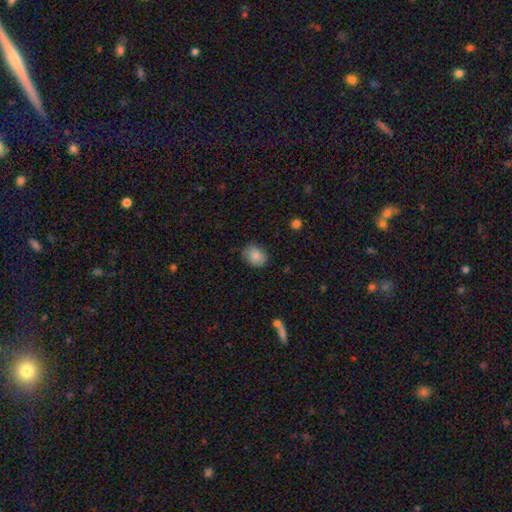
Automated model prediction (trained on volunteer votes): This is clearly a smooth galaxy (86%). How rounded: likely in between (64%). Merging: clearly none (81%).